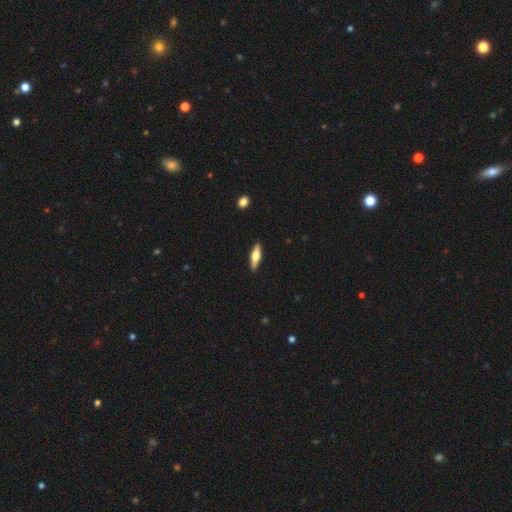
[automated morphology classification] smooth_or_featured: featured or disk (p=0.49) [alt: smooth p=0.45]
merging: none (p=0.90) [alt: minor disturbance p=0.07]